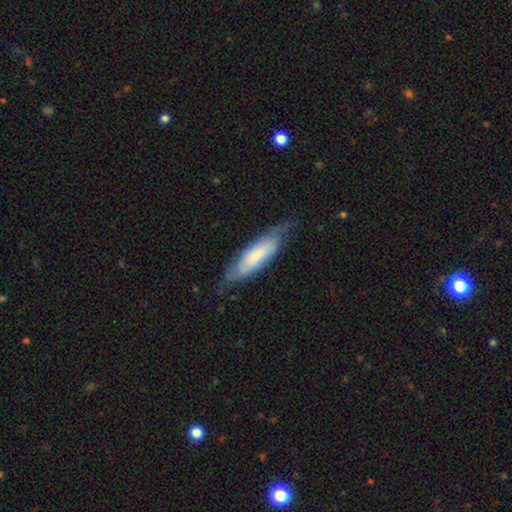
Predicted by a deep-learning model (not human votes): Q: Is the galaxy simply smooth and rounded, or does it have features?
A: smooth — 59%.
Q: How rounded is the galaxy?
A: cigar-shaped — 54%.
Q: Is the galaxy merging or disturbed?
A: none — 66%.